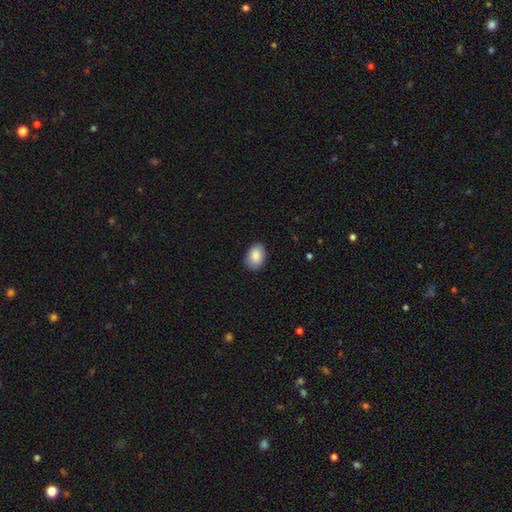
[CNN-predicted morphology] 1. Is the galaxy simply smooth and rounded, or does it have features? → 88% smooth, 7% star or artifact, 5% featured or disk.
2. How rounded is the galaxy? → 83% in between, 16% round, 1% cigar-shaped.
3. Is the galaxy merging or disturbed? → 85% none, 12% minor disturbance, 2% major disturbance, 1% merger.